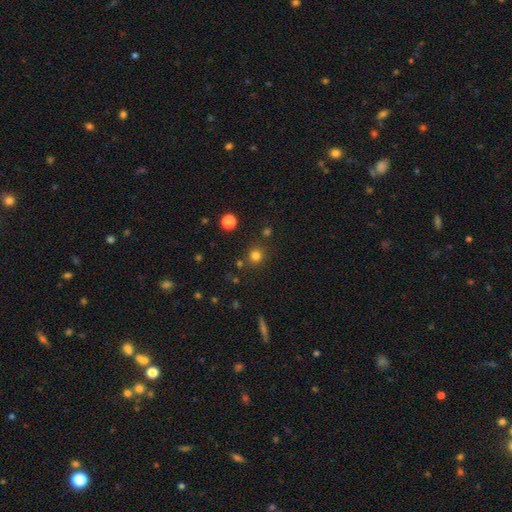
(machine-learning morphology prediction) smooth-or-featured: smooth: 77% | star or artifact: 17% | featured or disk: 6%
  how-rounded: round: 92% | in between: 7% | cigar-shaped: 1%
  merging: none: 83% | minor disturbance: 8% | merger: 6% | major disturbance: 3%